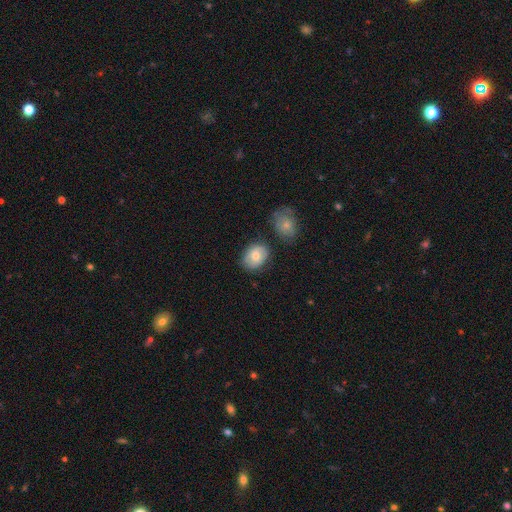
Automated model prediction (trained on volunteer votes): smooth-or-featured: smooth: 74% | featured or disk: 19% | star or artifact: 7%
  how-rounded: in between: 64% | round: 35% | cigar-shaped: 1%
  merging: none: 72% | minor disturbance: 16% | merger: 7% | major disturbance: 4%